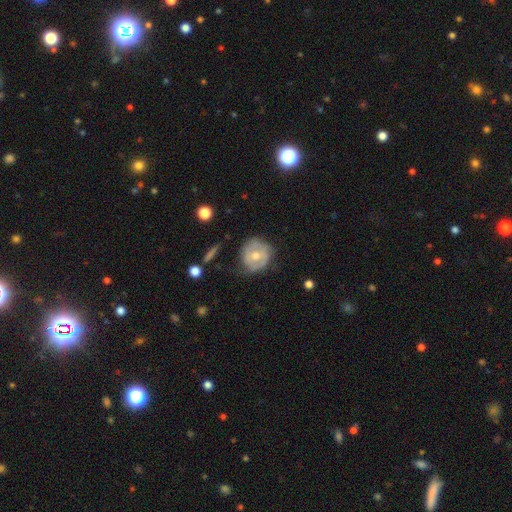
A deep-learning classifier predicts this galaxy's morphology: Q: Smooth or featured?
A: featured or disk (54%); runner-up: smooth (41%)
Q: Edge-on disk?
A: no (96%); runner-up: yes (4%)
Q: Bar?
A: no (62%); runner-up: weak (31%)
Q: Spiral arms?
A: yes (63%); runner-up: no (37%)
Q: Bulge size?
A: moderate (69%); runner-up: small (24%)
Q: Merging?
A: none (55%); runner-up: minor disturbance (30%)